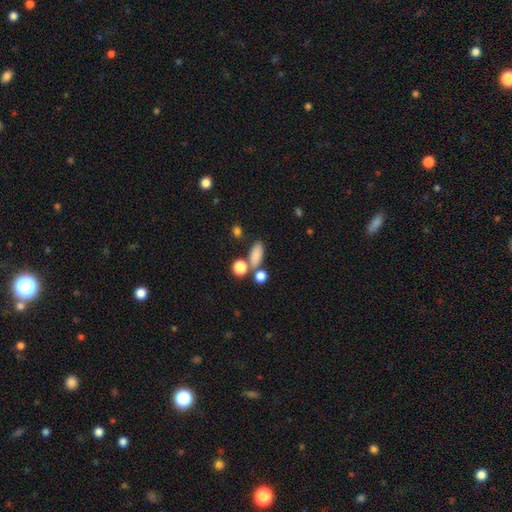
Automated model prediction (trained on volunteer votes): Smooth or featured: smooth — 82% (star or artifact — 11%)
How rounded: in between — 71% (cigar-shaped — 17%)
Merging: none — 66% (merger — 18%)